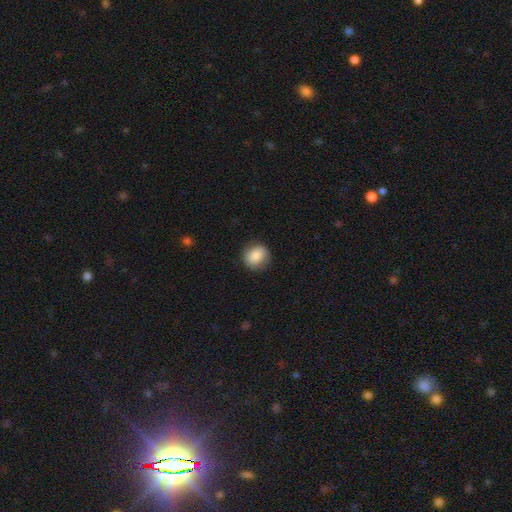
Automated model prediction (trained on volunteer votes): This is clearly a smooth galaxy (85%). How rounded: clearly round (82%). Merging: clearly none (85%).